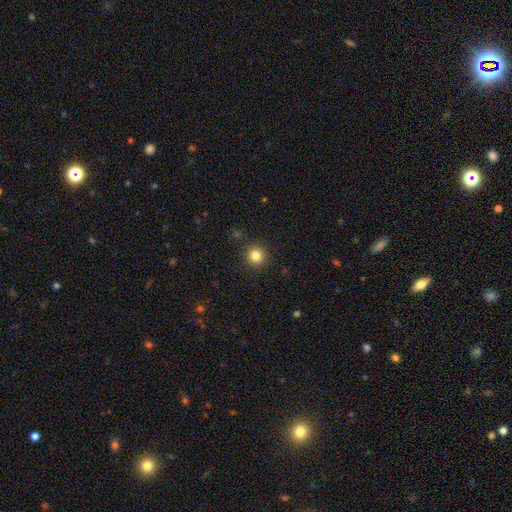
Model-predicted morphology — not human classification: Smooth or featured?
  - smooth: 83% *
  - star or artifact: 12%
  - featured or disk: 5%
How rounded?
  - round: 92% *
  - in between: 7%
  - cigar-shaped: 1%
Merging?
  - none: 90% *
  - minor disturbance: 6%
  - major disturbance: 2%
  - merger: 1%